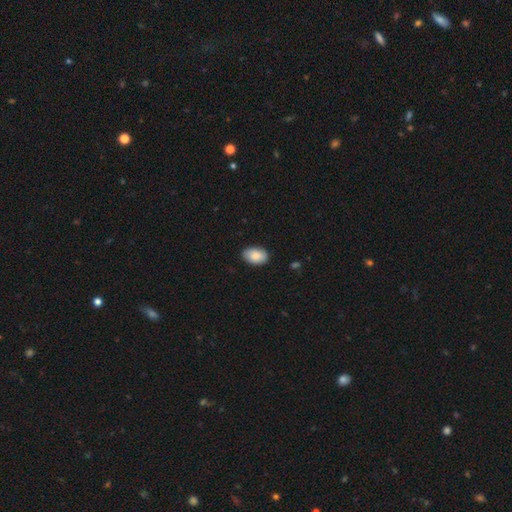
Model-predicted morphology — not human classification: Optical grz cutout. It shows a smooth galaxy with no disk features (85%) that is in between round and cigar-shaped (90%). Merging: none (86%).